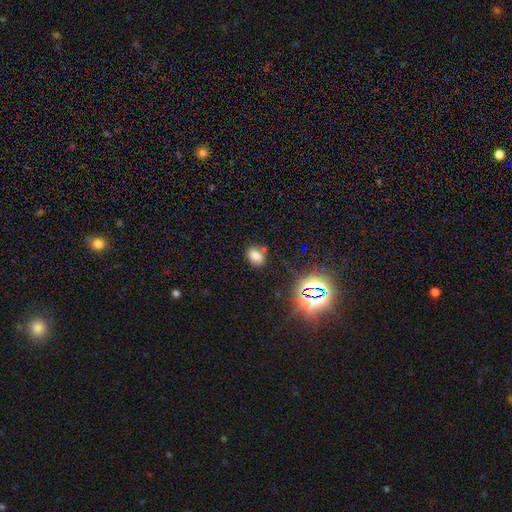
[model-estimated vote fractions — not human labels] Smooth or featured? Predicted: smooth (p=0.70). How rounded? Predicted: in between (p=0.66). Merging? Predicted: none (p=0.73).